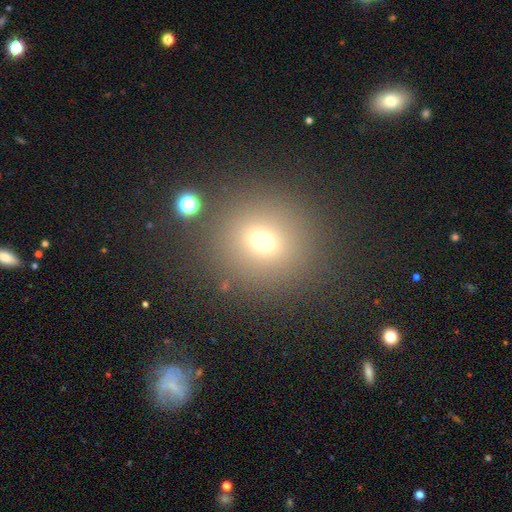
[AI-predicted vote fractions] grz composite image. It shows a smooth galaxy with no disk features (62%) that is round (83%). Merging: none (87%).